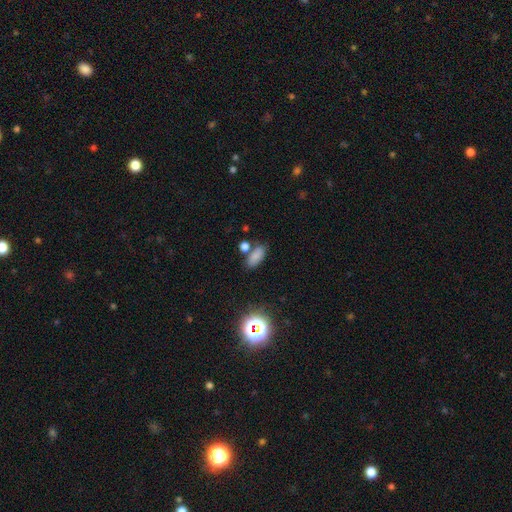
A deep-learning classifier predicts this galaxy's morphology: Q: Smooth or featured?
A: smooth (77%); runner-up: star or artifact (16%)
Q: How rounded?
A: in between (85%); runner-up: cigar-shaped (9%)
Q: Merging?
A: none (67%); runner-up: merger (15%)